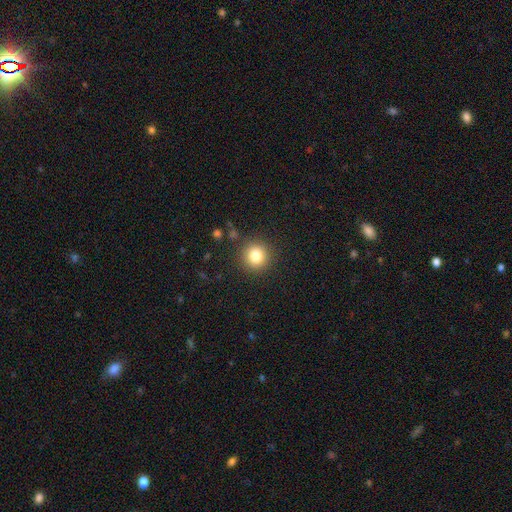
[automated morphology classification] A smooth galaxy with no disk features (81%) that is round (93%).

Vote fractions:
- Smooth or featured? smooth: 81% / star or artifact: 11% / featured or disk: 7%
- How rounded? round: 93% / in between: 6% / cigar-shaped: 1%
- Merging? none: 89% / minor disturbance: 7% / major disturbance: 3% / merger: 2%